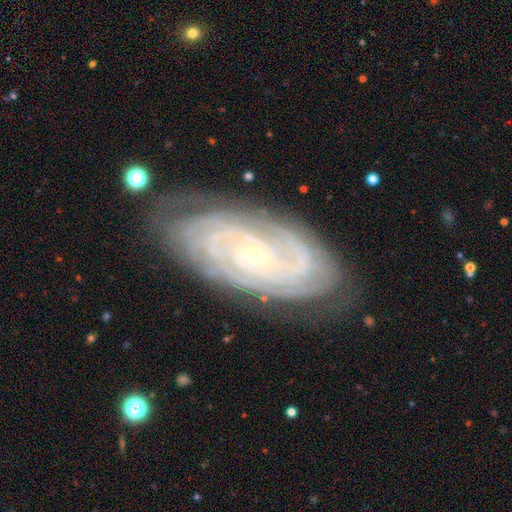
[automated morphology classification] Smooth or featured? Predicted: featured or disk (p=0.89). Edge-on disk? Predicted: no (p=0.95). Bar? Predicted: no (p=0.72). Spiral arms? Predicted: yes (p=0.98). Spiral winding? Predicted: tight (p=0.84). Spiral arm count? Predicted: can't tell (p=0.24). Bulge size? Predicted: small (p=0.87). Merging? Predicted: none (p=0.79).